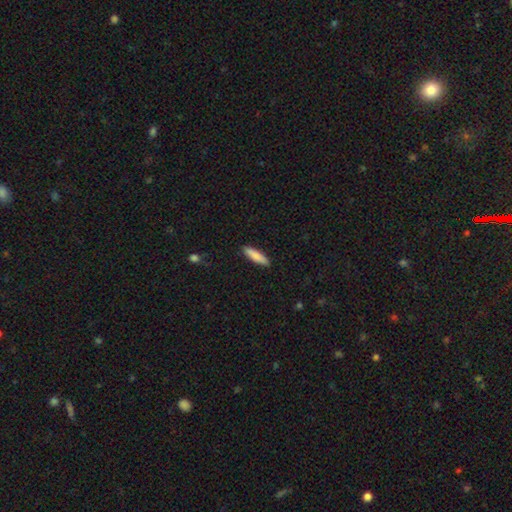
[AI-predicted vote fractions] Smooth or featured? Predicted: smooth (p=0.84). How rounded? Predicted: cigar-shaped (p=0.73). Merging? Predicted: none (p=0.90).